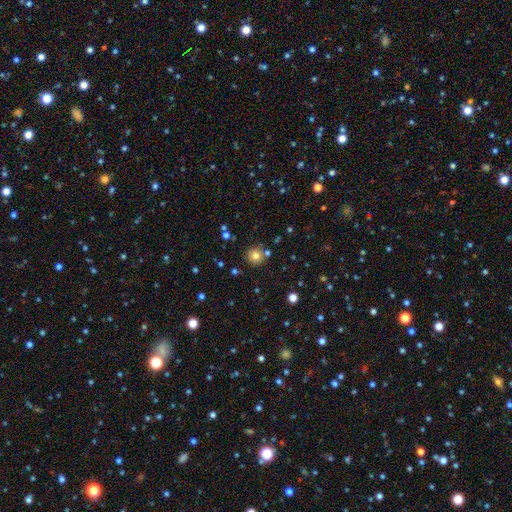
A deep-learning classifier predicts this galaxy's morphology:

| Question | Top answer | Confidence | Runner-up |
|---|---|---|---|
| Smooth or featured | smooth | 78% | star or artifact (14%) |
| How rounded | round | 93% | in between (6%) |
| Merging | none | 80% | minor disturbance (9%) |